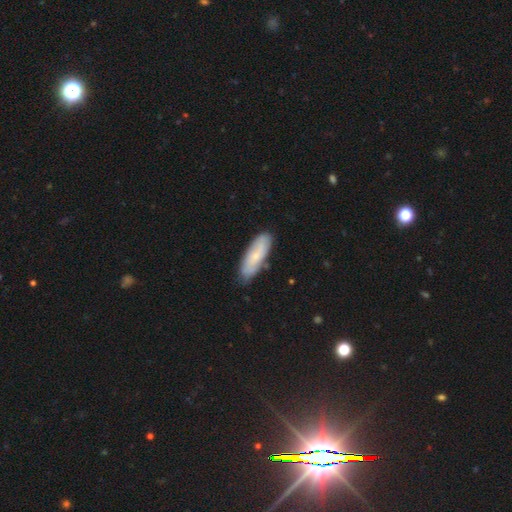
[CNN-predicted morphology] Overall: smooth (66%; featured or disk 28%). How rounded: in between (56%; cigar-shaped 43%). Merging: none (76%).